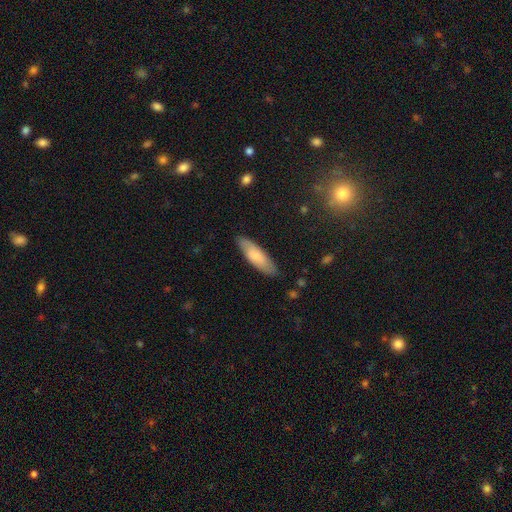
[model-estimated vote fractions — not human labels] Smooth or featured? Predicted: smooth (p=0.74). How rounded? Predicted: cigar-shaped (p=0.52). Merging? Predicted: none (p=0.86).